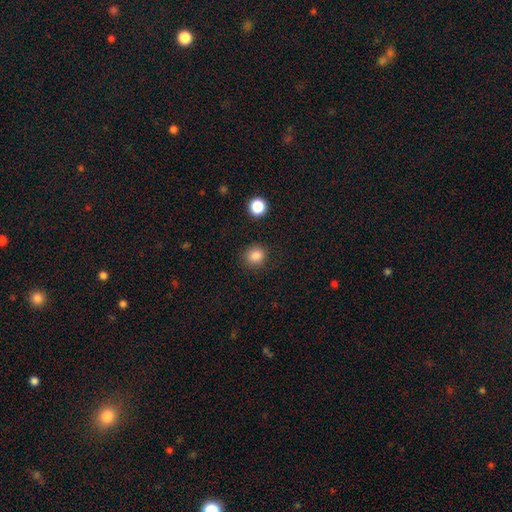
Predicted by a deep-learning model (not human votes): Smooth or featured: smooth — 85% (star or artifact — 11%)
How rounded: round — 83% (in between — 16%)
Merging: none — 87% (minor disturbance — 8%)